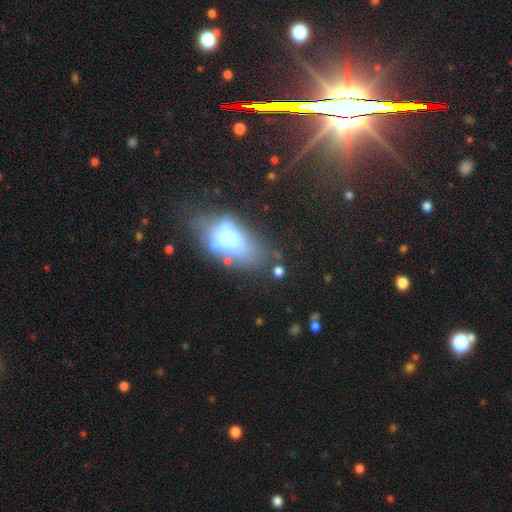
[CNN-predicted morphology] smooth_or_featured: smooth (p=0.48) [alt: featured or disk p=0.29]
merging: none (p=0.51) [alt: minor disturbance p=0.27]